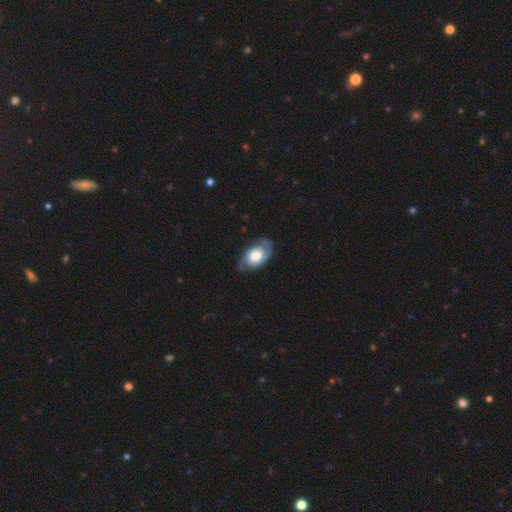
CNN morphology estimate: Overall: featured or disk (63%; smooth 31%). Edge-on disk: no (95%). Bar: no (72%). Spiral arms: yes (81%). Bulge size: moderate (49%; large 39%). Merging: none (68%).